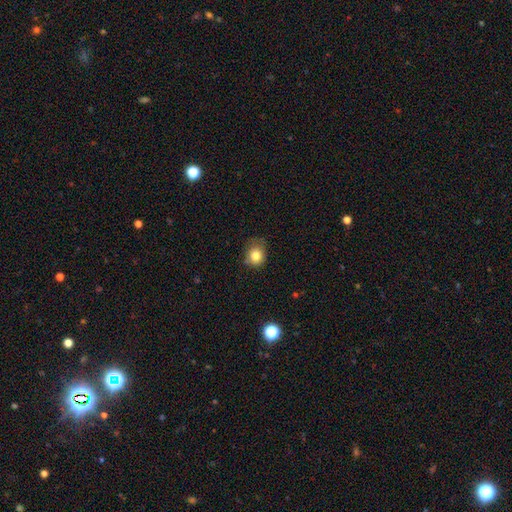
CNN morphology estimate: type=smooth (80%); roundness=round (71%); merging=none (62%).